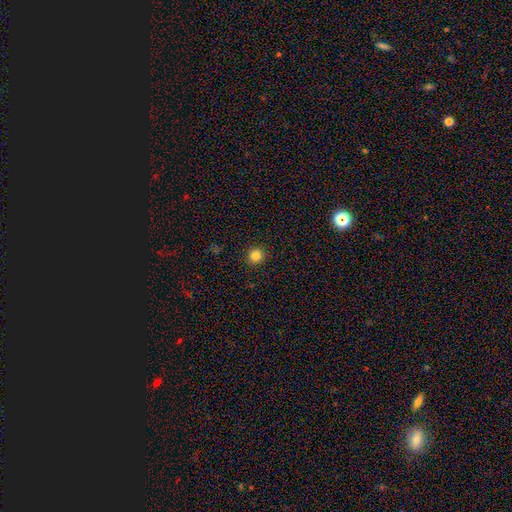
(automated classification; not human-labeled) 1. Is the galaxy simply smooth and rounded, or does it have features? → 84% smooth, 12% star or artifact, 4% featured or disk.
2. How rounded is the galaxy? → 94% round, 5% in between, 1% cigar-shaped.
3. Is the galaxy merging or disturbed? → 93% none, 5% minor disturbance, 2% major disturbance, 1% merger.